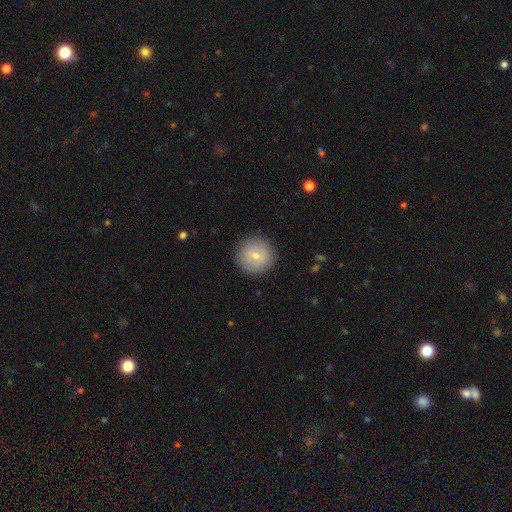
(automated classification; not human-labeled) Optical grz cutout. It shows a smooth galaxy with no disk features (63%) that is round (95%). Merging: none (89%).